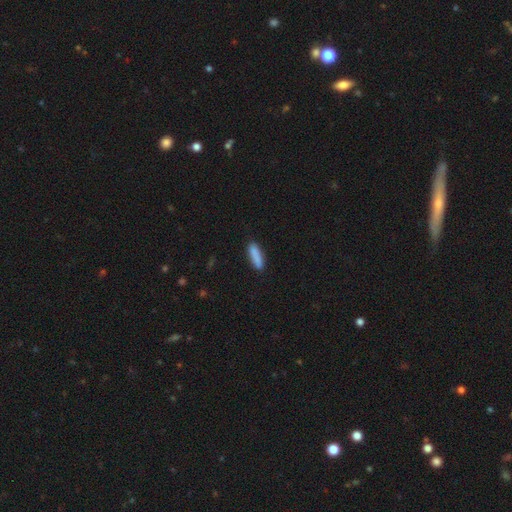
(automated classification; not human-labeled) smooth-or-featured: smooth: 87% | featured or disk: 7% | star or artifact: 6%
  how-rounded: cigar-shaped: 64% | in between: 35% | round: 2%
  merging: none: 85% | minor disturbance: 11% | major disturbance: 2% | merger: 2%